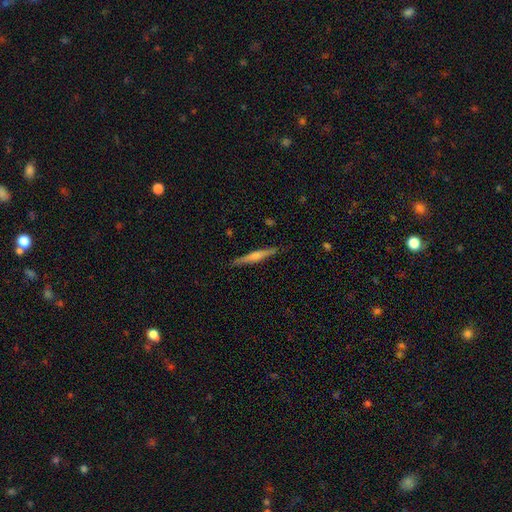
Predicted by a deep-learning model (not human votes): Q: Smooth or featured?
A: featured or disk (60%); runner-up: smooth (34%)
Q: Edge-on disk?
A: yes (98%); runner-up: no (2%)
Q: Edge-on bulge?
A: rounded (68%); runner-up: none (20%)
Q: Merging?
A: none (90%); runner-up: minor disturbance (8%)